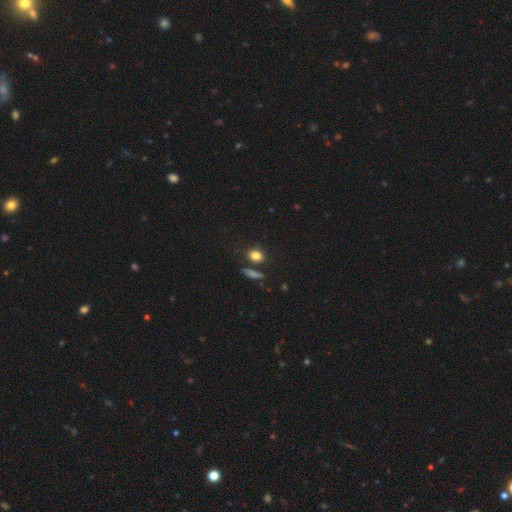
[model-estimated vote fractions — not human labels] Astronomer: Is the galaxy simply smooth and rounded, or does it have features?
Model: smooth — 83%.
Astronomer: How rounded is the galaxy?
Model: in between — 54% (runner-up: round, 43%).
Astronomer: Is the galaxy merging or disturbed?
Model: none — 73%.